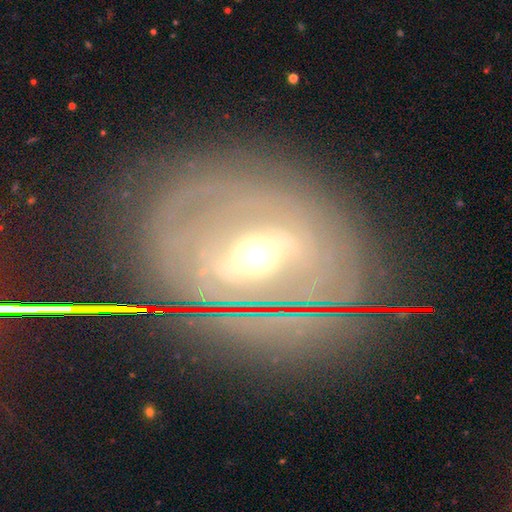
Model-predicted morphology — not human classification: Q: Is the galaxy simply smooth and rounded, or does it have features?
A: featured or disk — 70%.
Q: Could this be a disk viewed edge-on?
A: no — 82%.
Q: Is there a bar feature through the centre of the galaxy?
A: strong — 42%.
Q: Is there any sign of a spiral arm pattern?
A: no — 53%.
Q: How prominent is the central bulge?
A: moderate — 68%.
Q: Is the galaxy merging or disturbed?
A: none — 75%.